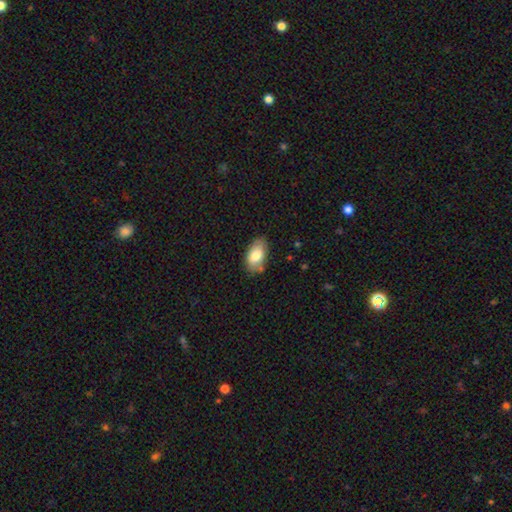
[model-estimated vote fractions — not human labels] Smooth or featured? smooth (80%)
How rounded? in between (94%)
Merging? none (78%)